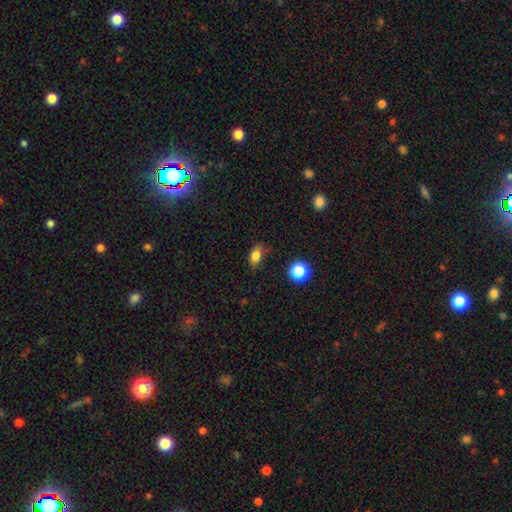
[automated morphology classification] smooth-or-featured: smooth: 82% | star or artifact: 11% | featured or disk: 6%
  how-rounded: in between: 81% | round: 17% | cigar-shaped: 2%
  merging: none: 77% | minor disturbance: 17% | major disturbance: 4% | merger: 2%